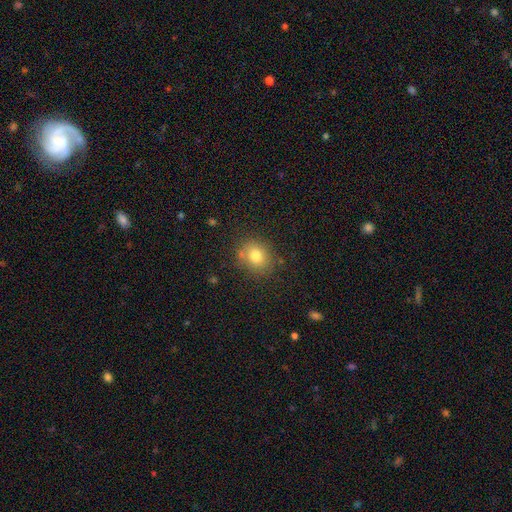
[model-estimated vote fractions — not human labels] Smooth or featured? Predicted: smooth (p=0.78). How rounded? Predicted: round (p=0.67). Merging? Predicted: none (p=0.78).